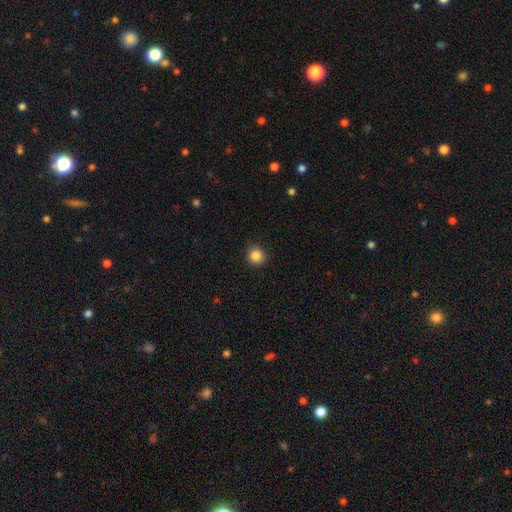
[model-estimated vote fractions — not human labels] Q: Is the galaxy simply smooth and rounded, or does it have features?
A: smooth — 86%.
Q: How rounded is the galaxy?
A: round — 93%.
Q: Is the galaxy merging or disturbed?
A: none — 91%.